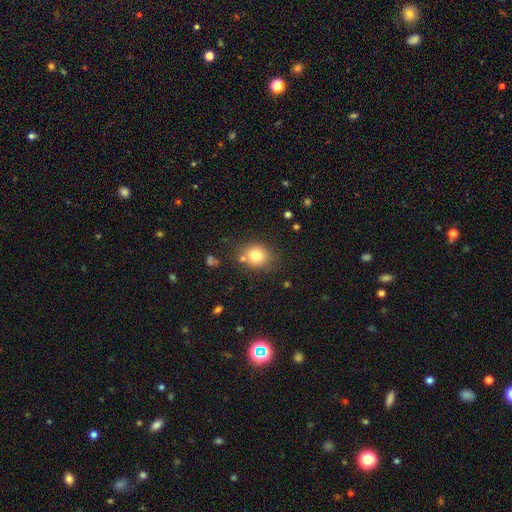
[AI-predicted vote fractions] Smooth or featured? Predicted: smooth (p=0.80). How rounded? Predicted: round (p=0.70). Merging? Predicted: none (p=0.74).